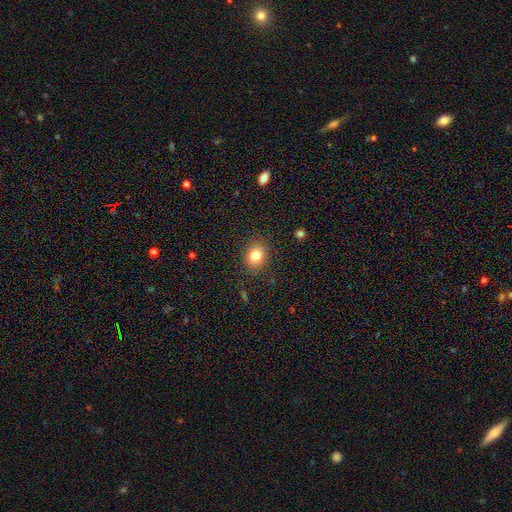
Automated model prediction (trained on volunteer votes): smooth 82%, star or artifact 10%, featured or disk 8%. Down the decision tree: how rounded — round (52%); merging — none (87%).